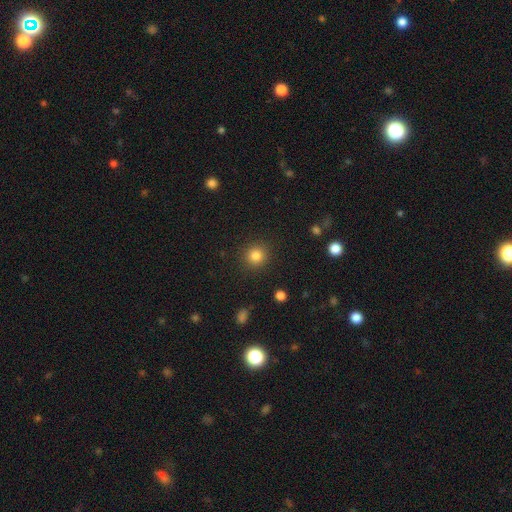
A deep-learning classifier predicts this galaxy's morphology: Smooth or featured? Predicted: smooth (p=0.83). How rounded? Predicted: round (p=0.91). Merging? Predicted: none (p=0.90).